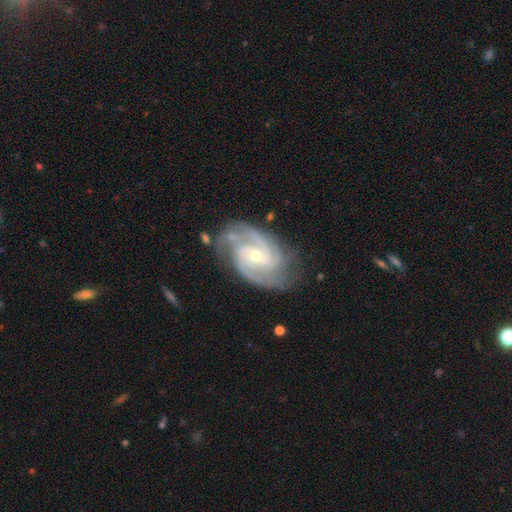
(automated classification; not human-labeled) Morphology: type=featured or disk (93%); edge-on=no (97%); bar=no (47%); spiral arms=yes (99%); winding=tight (51%); arm count=2 (39%); bulge=small (59%); merging=none (74%).